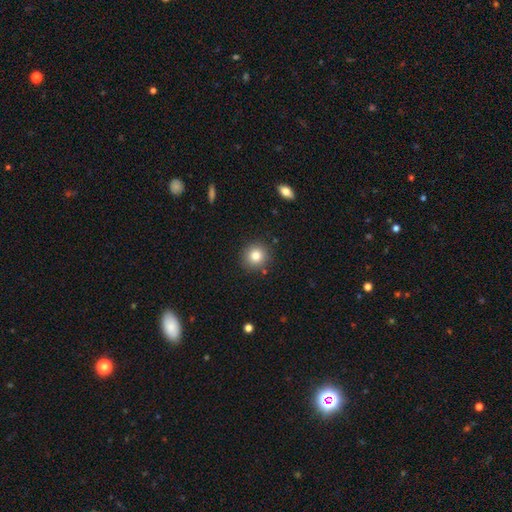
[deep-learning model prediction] Smooth or featured? Predicted: smooth (p=0.82). How rounded? Predicted: round (p=0.91). Merging? Predicted: none (p=0.88).